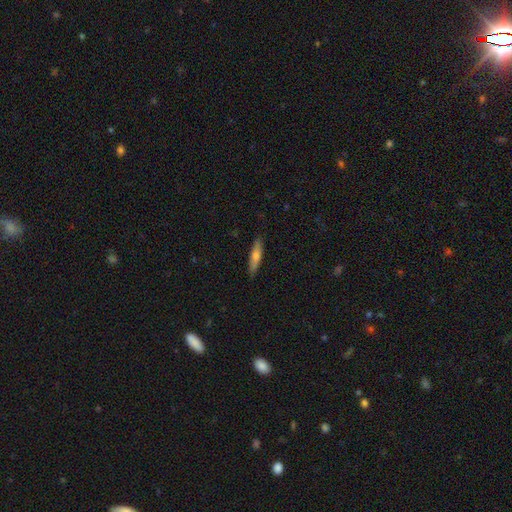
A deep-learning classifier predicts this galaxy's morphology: Overall: smooth (62%; featured or disk 32%). How rounded: cigar-shaped (80%). Merging: none (87%).